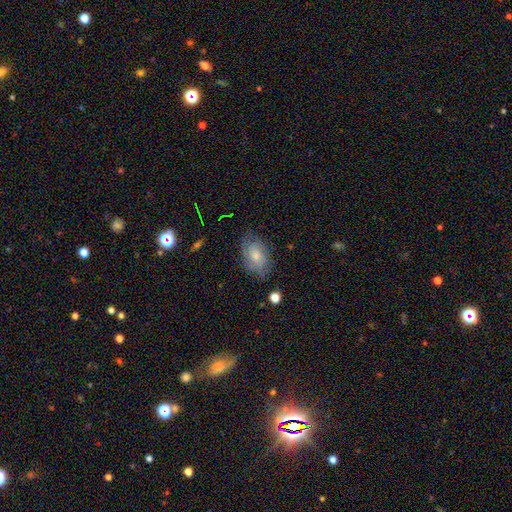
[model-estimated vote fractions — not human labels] smooth_or_featured: featured or disk (p=0.44) [alt: smooth p=0.42]
merging: none (p=0.73) [alt: minor disturbance p=0.19]